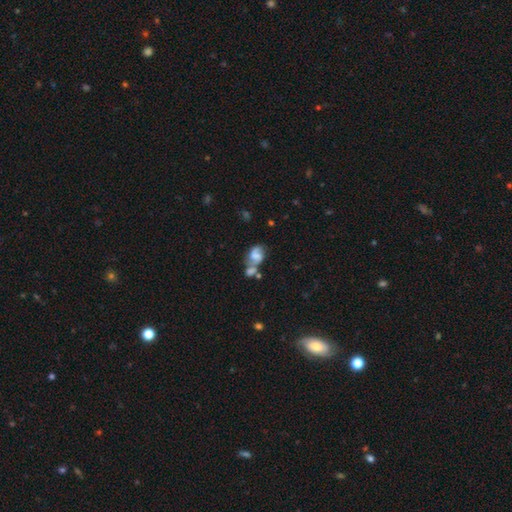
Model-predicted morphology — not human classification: type=featured or disk (58%); edge-on=no (97%); bar=no (47%); spiral arms=yes (81%); bulge=none (31%); merging=merger (43%).